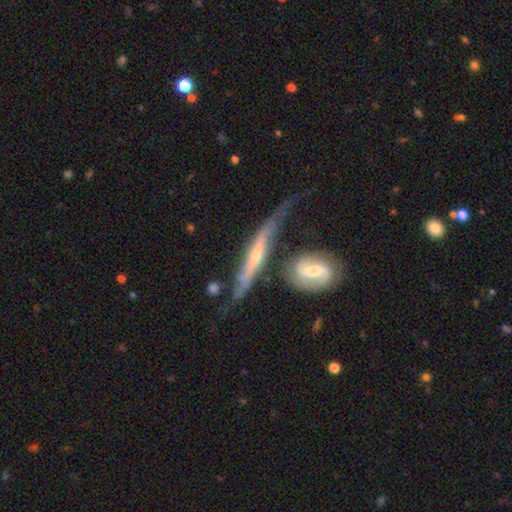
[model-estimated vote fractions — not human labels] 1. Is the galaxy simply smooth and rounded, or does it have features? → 77% featured or disk, 17% smooth, 6% star or artifact.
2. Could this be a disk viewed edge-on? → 72% yes, 28% no.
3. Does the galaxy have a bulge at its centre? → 64% rounded, 24% none, 12% boxy.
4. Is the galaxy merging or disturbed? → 40% none, 24% minor disturbance, 19% merger, 18% major disturbance.